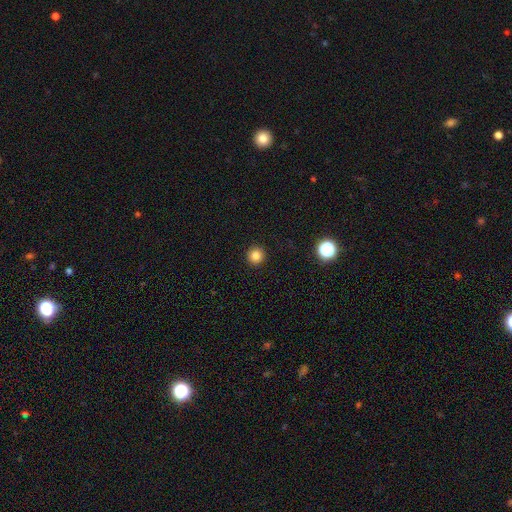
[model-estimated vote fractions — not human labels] Smooth or featured? smooth (83%)
How rounded? round (96%)
Merging? none (94%)